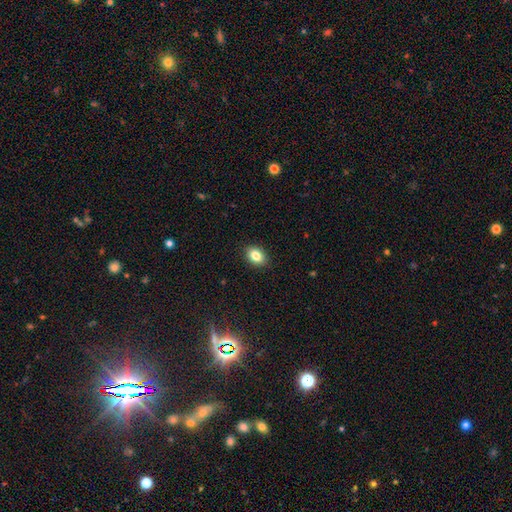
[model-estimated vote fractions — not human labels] Smooth or featured? smooth (84%)
How rounded? in between (75%)
Merging? none (90%)